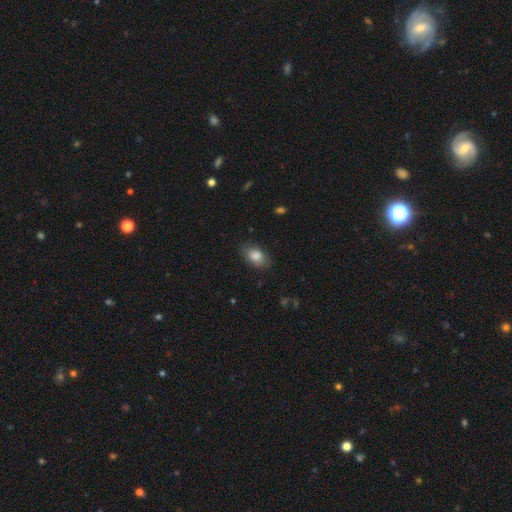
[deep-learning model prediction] This is clearly a smooth galaxy (85%). How rounded: clearly in between (87%). Merging: likely none (80%).